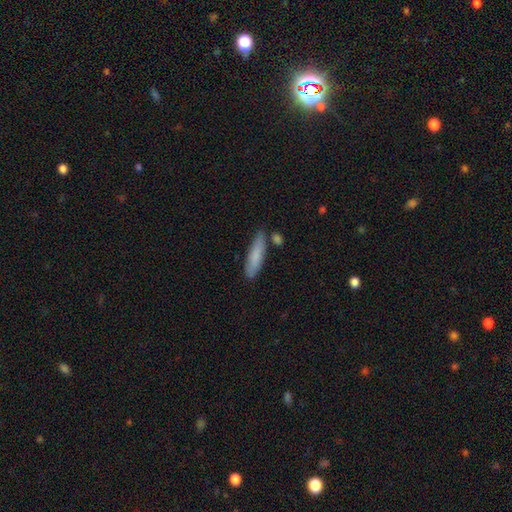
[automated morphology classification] This is clearly a smooth galaxy (80%). How rounded: likely cigar-shaped (74%). Merging: likely none (76%).